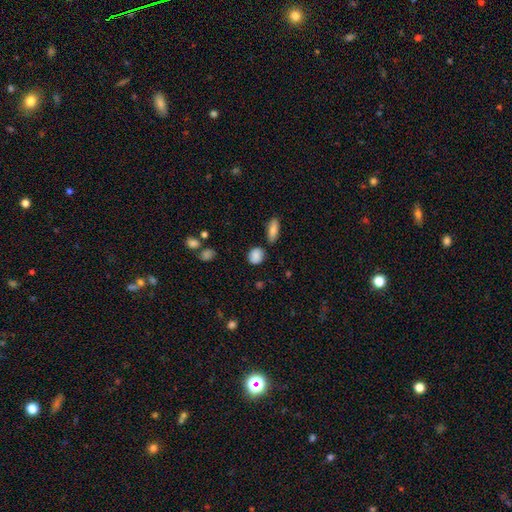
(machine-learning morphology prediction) Smooth or featured: smooth — 83% (star or artifact — 10%)
How rounded: round — 56% (in between — 42%)
Merging: none — 71% (minor disturbance — 18%)